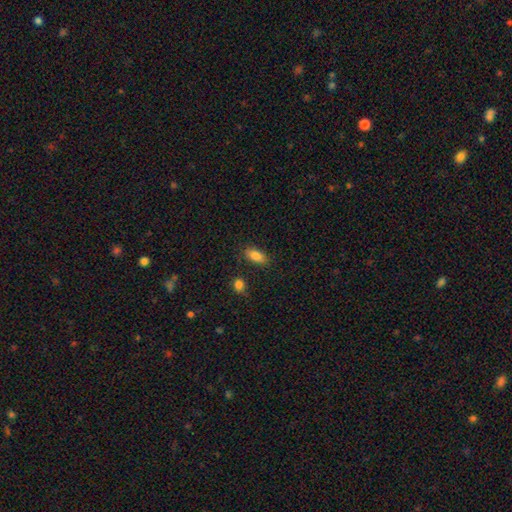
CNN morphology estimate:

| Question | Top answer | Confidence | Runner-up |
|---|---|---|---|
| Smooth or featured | smooth | 84% | star or artifact (8%) |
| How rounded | in between | 88% | cigar-shaped (8%) |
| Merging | none | 81% | minor disturbance (12%) |